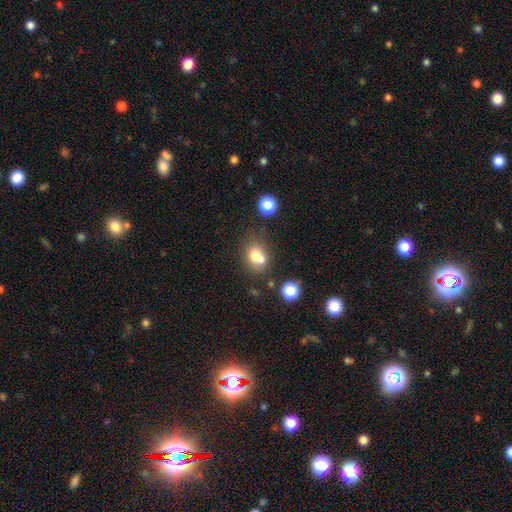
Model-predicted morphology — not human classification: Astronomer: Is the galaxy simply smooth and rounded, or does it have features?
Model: smooth — 69%.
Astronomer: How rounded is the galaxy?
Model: round — 60% (runner-up: in between, 39%).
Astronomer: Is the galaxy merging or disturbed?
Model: merger — 48% (runner-up: none, 37%).